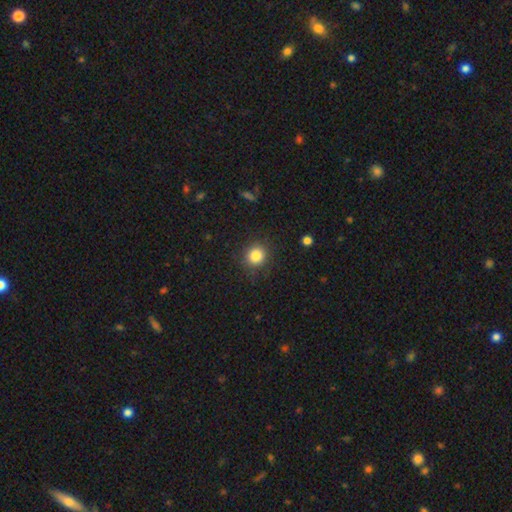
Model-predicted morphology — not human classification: type=smooth (84%); roundness=round (88%); merging=none (87%).